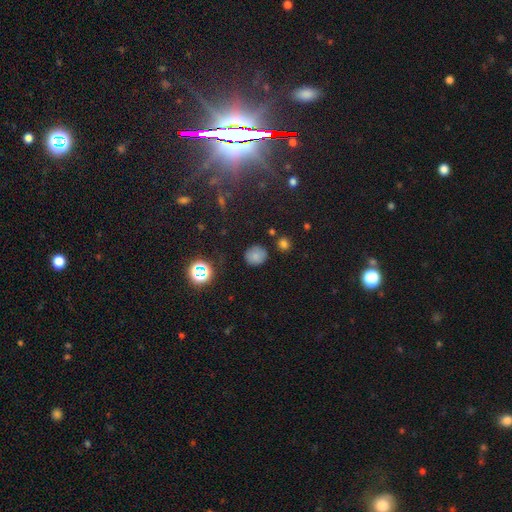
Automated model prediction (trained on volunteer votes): Smooth or featured? smooth (73%)
How rounded? round (80%)
Merging? none (79%)